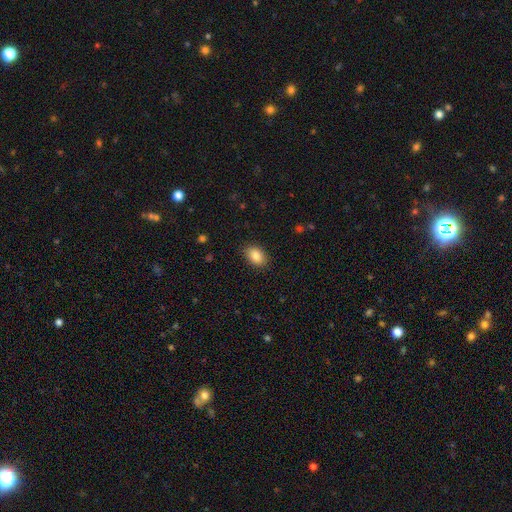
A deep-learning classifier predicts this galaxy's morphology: A smooth galaxy with no disk features (86%) that is in between round and cigar-shaped (83%). Merging: none (87%).